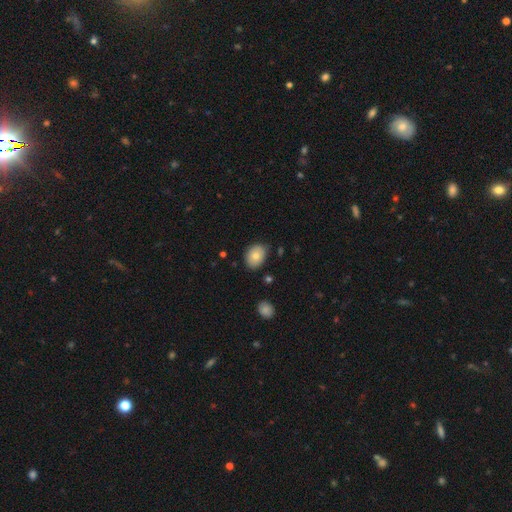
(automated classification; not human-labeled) A smooth galaxy with no disk features (76%) that is in between round and cigar-shaped (62%).

Vote fractions:
- Smooth or featured? smooth: 76% / featured or disk: 15% / star or artifact: 8%
- How rounded? in between: 62% / round: 37% / cigar-shaped: 1%
- Merging? none: 78% / minor disturbance: 17% / major disturbance: 3% / merger: 2%